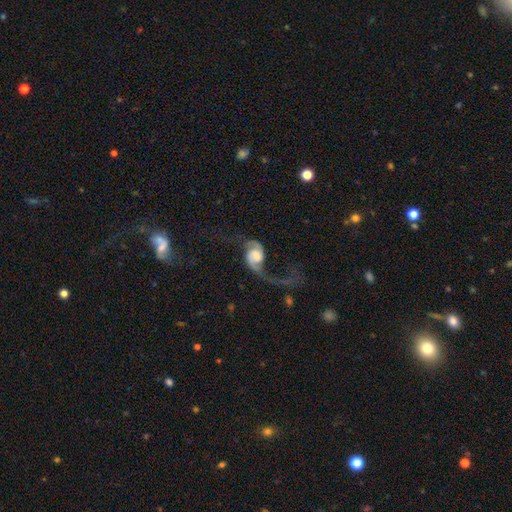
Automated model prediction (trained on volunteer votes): Morphology: type=featured or disk (84%); edge-on=no (97%); bar=no (52%); spiral arms=yes (95%); winding=loose (79%); arm count=2 (84%); bulge=moderate (47%); merging=none (41%).